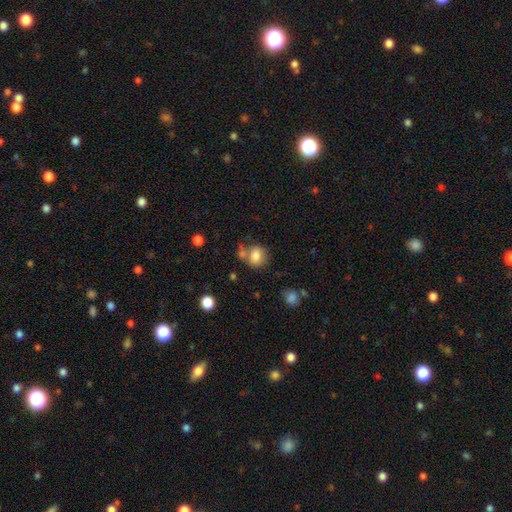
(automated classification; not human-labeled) A smooth galaxy with no disk features (80%) that is round (58%).

Vote fractions:
- Smooth or featured? smooth: 80% / featured or disk: 10% / star or artifact: 10%
- How rounded? round: 58% / in between: 41% / cigar-shaped: 1%
- Merging? none: 55% / merger: 24% / minor disturbance: 15% / major disturbance: 6%